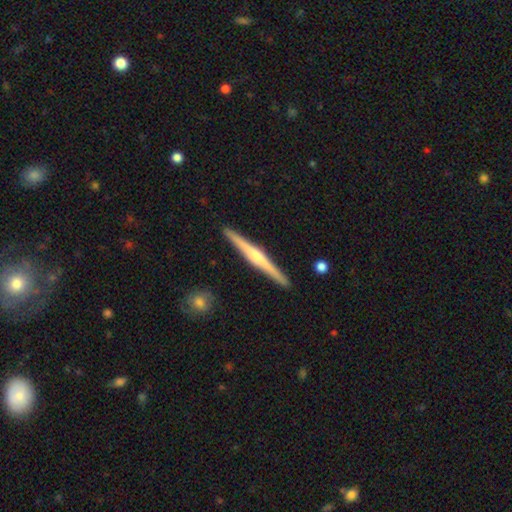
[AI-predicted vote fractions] A featured or disk galaxy (74%) viewed edge-on (98%) with a rounded central bulge (77%).

Vote fractions:
- Smooth or featured? featured or disk: 74% / smooth: 21% / star or artifact: 5%
- Edge-on disk? yes: 98% / no: 2%
- Edge-on bulge? rounded: 77% / none: 12% / boxy: 11%
- Merging? none: 92% / minor disturbance: 5% / major disturbance: 1% / merger: 1%